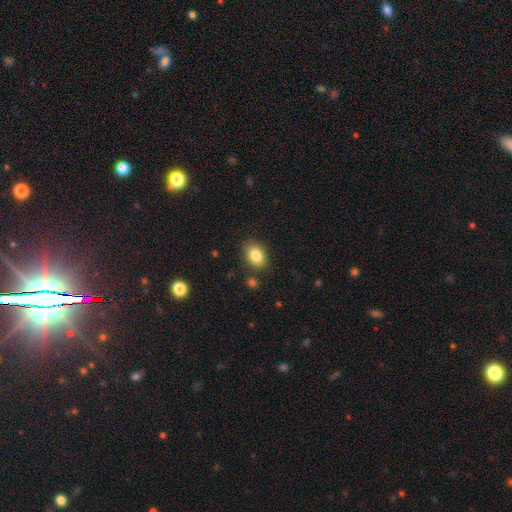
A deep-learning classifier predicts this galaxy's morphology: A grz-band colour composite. It shows a smooth galaxy with no disk features (84%) that is in between round and cigar-shaped (77%). Merging: none (82%).